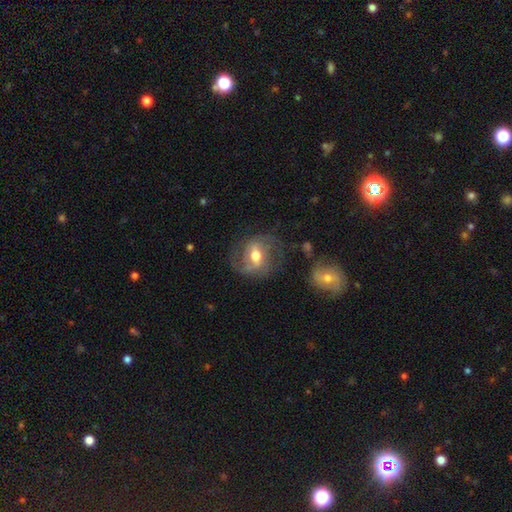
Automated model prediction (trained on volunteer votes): The model was most divided on "bar" (2-way tie): strong: 42%, weak: 42%, no: 16%. Remaining: edge-on disk — no (94%); spiral arms — yes (81%); spiral arm count — 2 (78%); bulge size — moderate (71%); smooth or featured — featured or disk (71%); merging — none (63%); spiral winding — medium (47%).